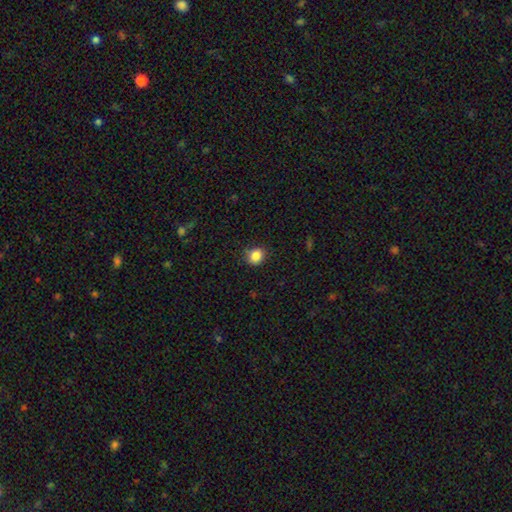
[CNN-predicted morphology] A smooth galaxy with no disk features (85%) that is round (76%).

Vote fractions:
- Smooth or featured? smooth: 85% / star or artifact: 10% / featured or disk: 4%
- How rounded? round: 76% / in between: 23% / cigar-shaped: 1%
- Merging? none: 80% / minor disturbance: 16% / major disturbance: 3% / merger: 1%